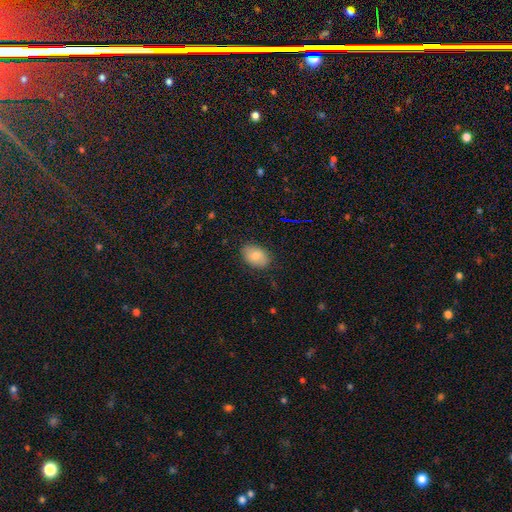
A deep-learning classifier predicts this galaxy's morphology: A smooth galaxy with no disk features (78%) that is in between round and cigar-shaped (85%).

Vote fractions:
- Smooth or featured? smooth: 78% / featured or disk: 13% / star or artifact: 8%
- How rounded? in between: 85% / round: 14% / cigar-shaped: 1%
- Merging? none: 84% / minor disturbance: 12% / major disturbance: 3% / merger: 1%